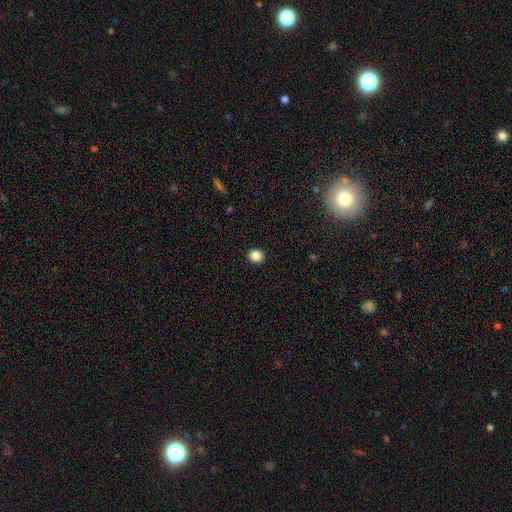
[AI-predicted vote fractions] smooth-or-featured: smooth: 86% | star or artifact: 11% | featured or disk: 3%
  how-rounded: round: 81% | in between: 18% | cigar-shaped: 1%
  merging: none: 93% | minor disturbance: 5% | major disturbance: 2% | merger: 1%